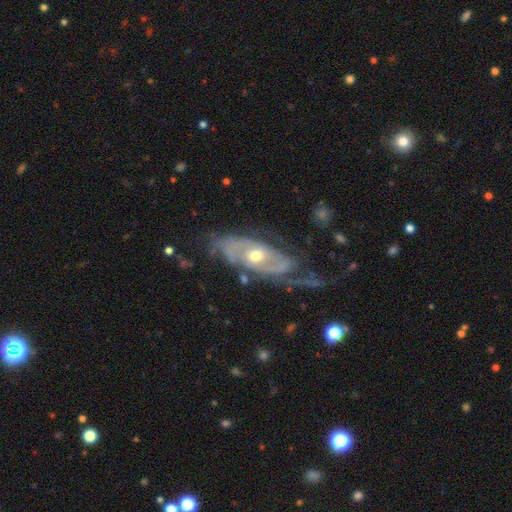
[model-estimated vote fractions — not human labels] Smooth or featured? featured or disk (83%)
Edge-on disk? no (89%)
Bar? no (65%)
Spiral arms? yes (83%)
Spiral winding? tight (48%)
Spiral arm count? 2 (50%)
Bulge size? moderate (74%)
Merging? none (55%)